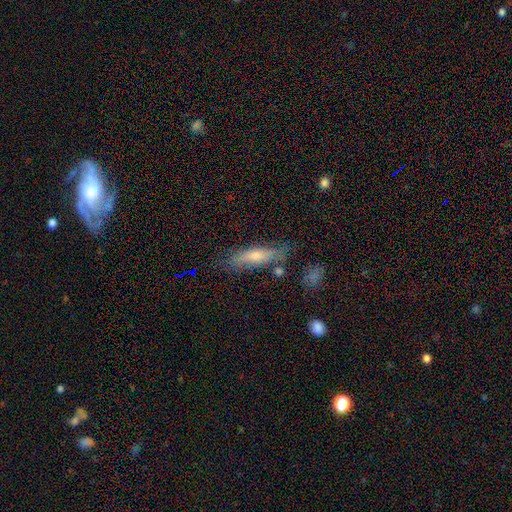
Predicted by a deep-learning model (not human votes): A smooth galaxy with no disk features (59%) that is cigar-shaped (71%).

Vote fractions:
- Smooth or featured? smooth: 59% / featured or disk: 33% / star or artifact: 8%
- How rounded? cigar-shaped: 71% / in between: 27% / round: 2%
- Merging? none: 73% / minor disturbance: 18% / merger: 5% / major disturbance: 5%